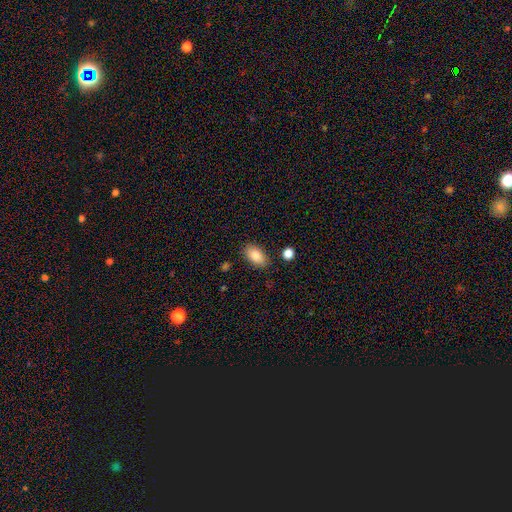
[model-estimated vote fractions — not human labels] Morphology: type=smooth (84%); roundness=in between (92%); merging=none (84%).